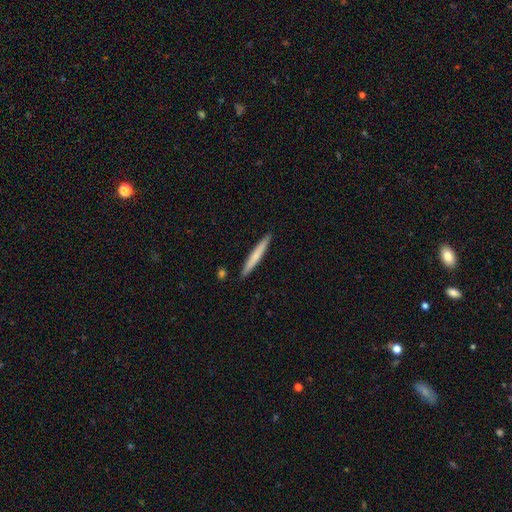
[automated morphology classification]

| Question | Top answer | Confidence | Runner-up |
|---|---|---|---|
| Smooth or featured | smooth | 67% | featured or disk (28%) |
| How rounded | cigar-shaped | 96% | in between (3%) |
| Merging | none | 91% | minor disturbance (6%) |